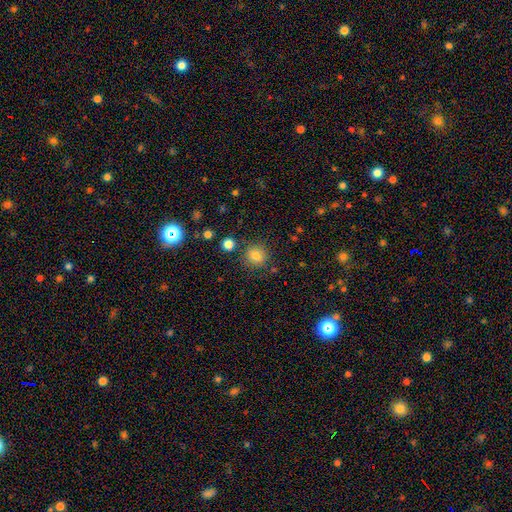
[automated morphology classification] type=smooth (79%); roundness=round (87%); merging=none (83%).